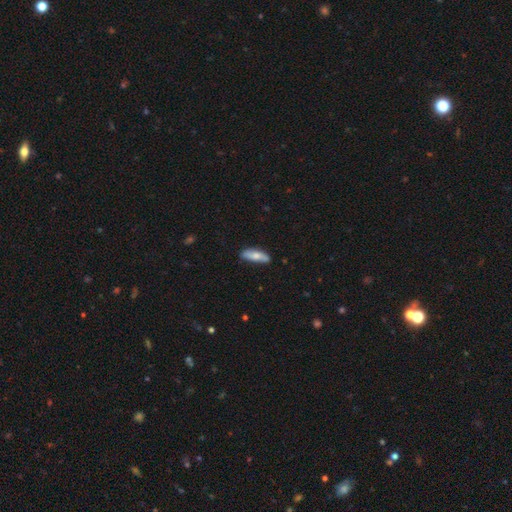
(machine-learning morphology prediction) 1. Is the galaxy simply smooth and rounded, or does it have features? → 70% smooth, 25% featured or disk, 6% star or artifact.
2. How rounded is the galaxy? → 52% cigar-shaped, 46% in between, 2% round.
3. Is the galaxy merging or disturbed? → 79% none, 17% minor disturbance, 3% major disturbance, 2% merger.